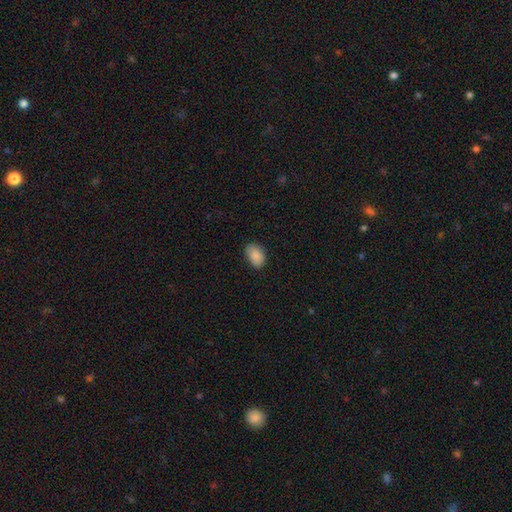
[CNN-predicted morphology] Overall: smooth (88%). How rounded: in between (87%). Merging: none (77%).